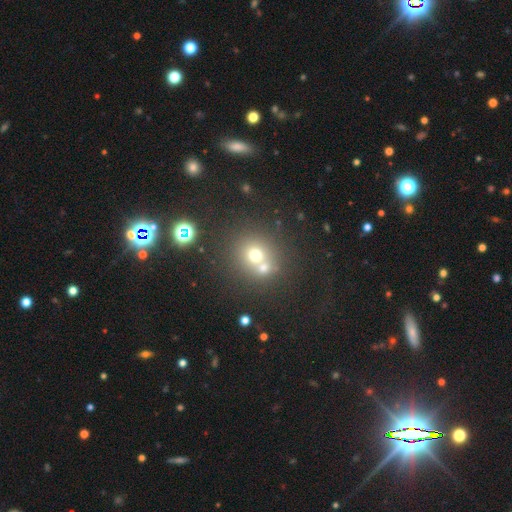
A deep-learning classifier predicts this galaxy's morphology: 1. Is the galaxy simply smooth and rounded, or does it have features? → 66% smooth, 19% star or artifact, 15% featured or disk.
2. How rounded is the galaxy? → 84% round, 15% in between, 1% cigar-shaped.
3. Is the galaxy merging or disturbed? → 46% none, 44% merger, 7% minor disturbance, 3% major disturbance.